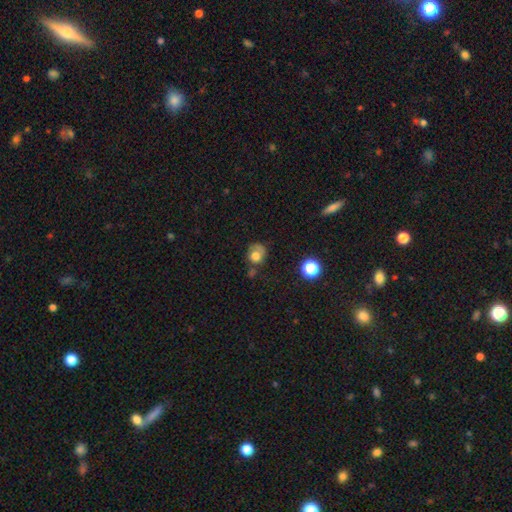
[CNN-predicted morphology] Q: Smooth or featured?
A: smooth (69%); runner-up: featured or disk (19%)
Q: How rounded?
A: round (70%); runner-up: in between (29%)
Q: Merging?
A: none (38%); runner-up: minor disturbance (26%)